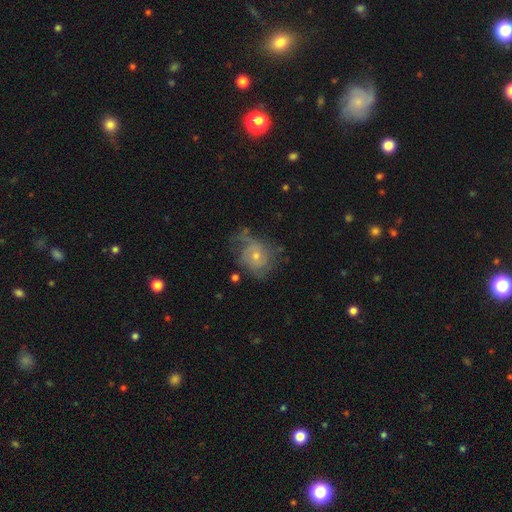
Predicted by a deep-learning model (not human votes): A featured or disk galaxy (64%) with no bar (75%), spiral arms (81%) and a small central bulge (61%). Merging: none (51%).